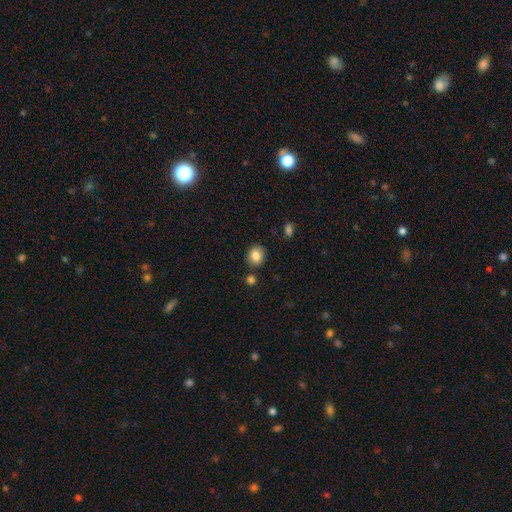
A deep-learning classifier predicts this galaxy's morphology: Smooth or featured? Predicted: smooth (p=0.84). How rounded? Predicted: round (p=0.62). Merging? Predicted: none (p=0.81).